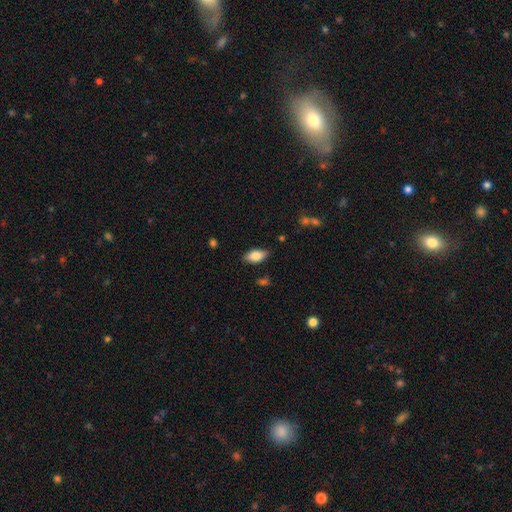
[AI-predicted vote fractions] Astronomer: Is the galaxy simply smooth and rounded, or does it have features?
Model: smooth — 79%.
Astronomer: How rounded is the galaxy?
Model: in between — 89%.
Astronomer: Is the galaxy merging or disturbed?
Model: none — 83%.